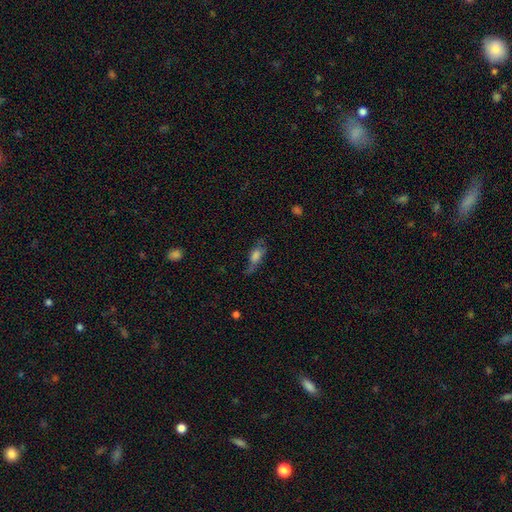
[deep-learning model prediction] This appears to be a smooth galaxy with no disk features (62%) that is in between round and cigar-shaped (73%). Merging: none (42%).